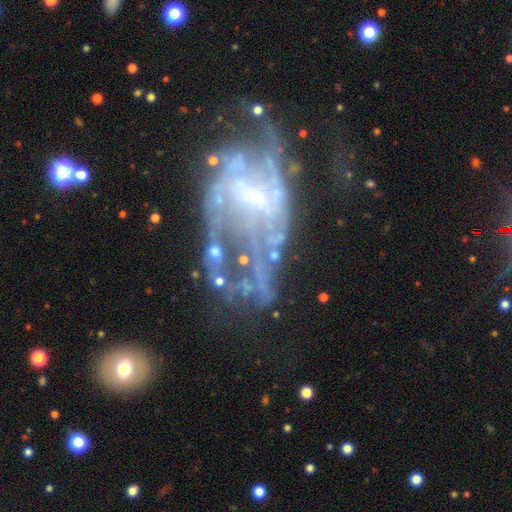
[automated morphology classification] Smooth or featured? Predicted: featured or disk (p=0.78). Edge-on disk? Predicted: no (p=0.95). Bar? Predicted: no (p=0.43). Spiral arms? Predicted: yes (p=0.65). Bulge size? Predicted: small (p=0.59). Merging? Predicted: major disturbance (p=0.40).